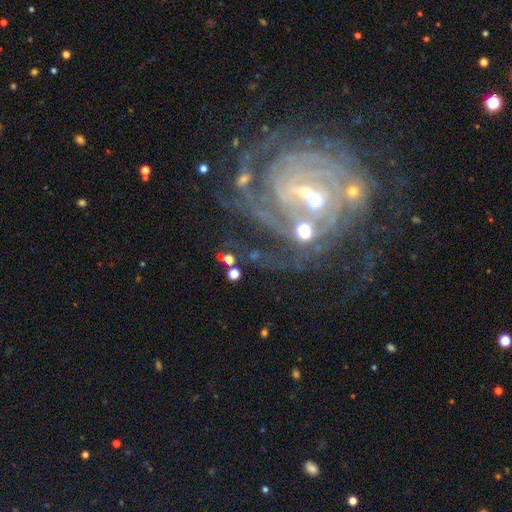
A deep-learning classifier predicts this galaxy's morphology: smooth_or_featured: featured or disk (p=0.84) [alt: star or artifact p=0.10]
disk_edge_on: no (p=0.97) [alt: yes p=0.03]
bar: weak (p=0.39) [alt: no p=0.32]
has_spiral_arms: yes (p=0.96) [alt: no p=0.04]
spiral_winding: tight (p=0.73) [alt: medium p=0.21]
spiral_arm_count: can't tell (p=0.28) [alt: 3 p=0.18]
bulge_size: small (p=0.65) [alt: moderate p=0.26]
merging: none (p=0.56) [alt: minor disturbance p=0.17]